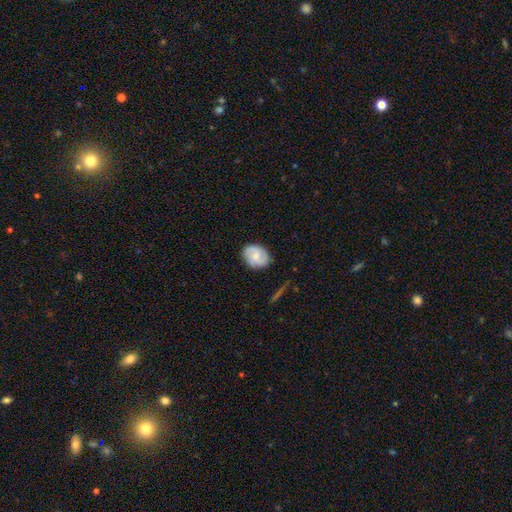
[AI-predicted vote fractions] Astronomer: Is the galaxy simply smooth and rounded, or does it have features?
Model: featured or disk — 60%.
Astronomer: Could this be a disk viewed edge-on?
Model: no — 97%.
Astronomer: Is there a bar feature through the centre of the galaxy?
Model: no — 55% (runner-up: weak, 39%).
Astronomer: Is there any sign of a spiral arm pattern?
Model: yes — 93%.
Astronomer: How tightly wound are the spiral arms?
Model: medium — 45% (runner-up: tight, 38%).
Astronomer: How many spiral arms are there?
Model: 2 — 63%.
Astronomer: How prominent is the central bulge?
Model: small — 42% (runner-up: moderate, 36%).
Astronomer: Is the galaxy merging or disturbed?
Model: none — 82%.